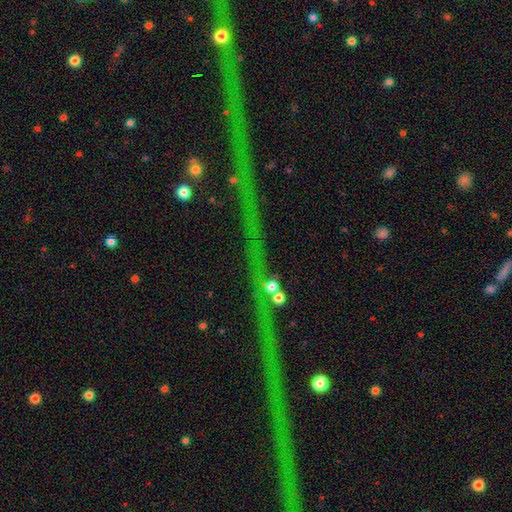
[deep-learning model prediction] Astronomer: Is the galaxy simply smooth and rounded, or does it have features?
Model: star or artifact — 53%.